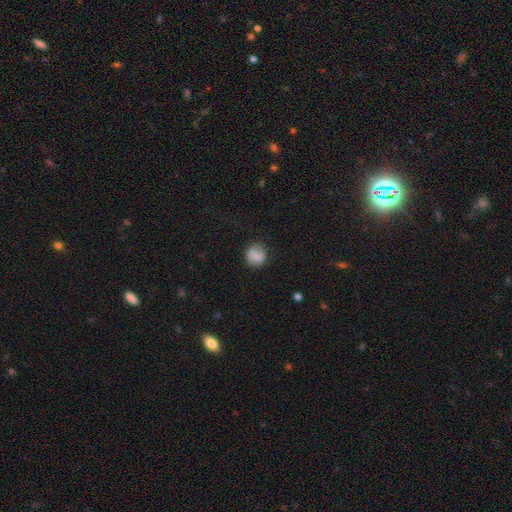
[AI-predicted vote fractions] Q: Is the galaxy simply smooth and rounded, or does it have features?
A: smooth — 78%.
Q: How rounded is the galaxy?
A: round — 81%.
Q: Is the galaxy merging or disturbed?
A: none — 75%.